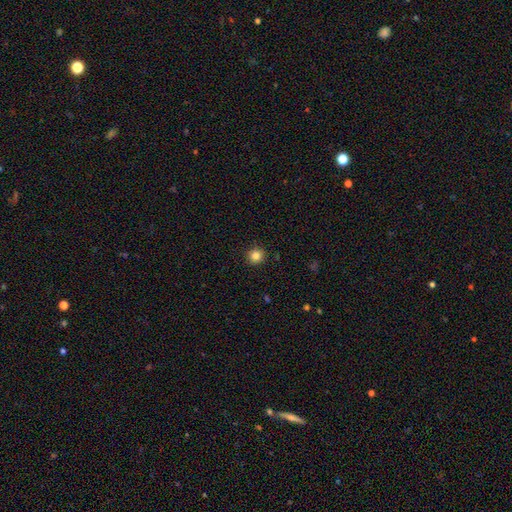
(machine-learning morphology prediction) The model was most divided on "smooth or featured": smooth: 84%, star or artifact: 11%, featured or disk: 5%. More confident: how rounded — round (93%); merging — none (91%).